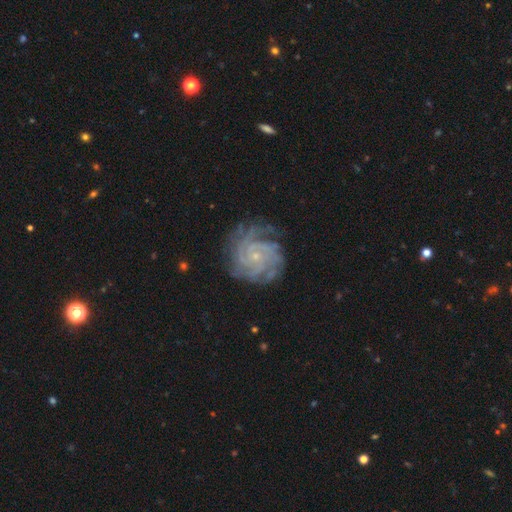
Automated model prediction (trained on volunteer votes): This appears to be a featured or disk galaxy (89%) with no bar (73%), 4 (29%) tight (75%) spiral arms (98%) and a small central bulge (83%). Merging: none (76%).